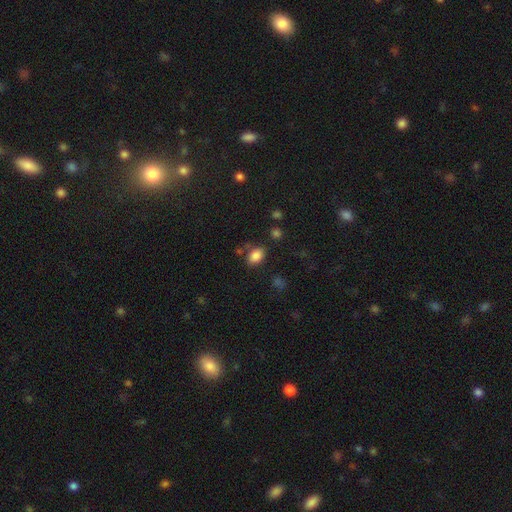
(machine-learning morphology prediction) Smooth or featured: smooth — 85% (star or artifact — 10%)
How rounded: in between — 79% (round — 20%)
Merging: none — 75% (minor disturbance — 14%)